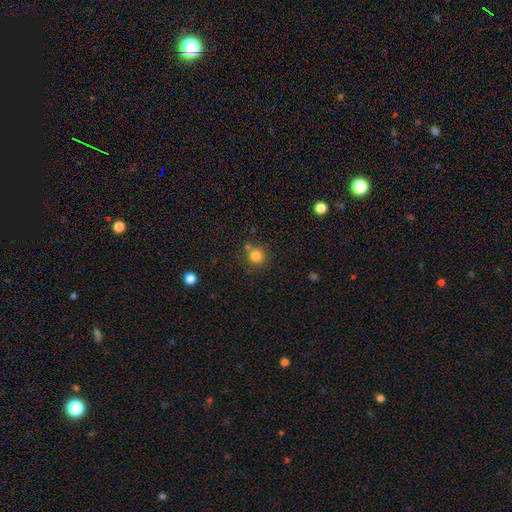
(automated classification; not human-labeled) Smooth or featured? Predicted: smooth (p=0.81). How rounded? Predicted: round (p=0.90). Merging? Predicted: none (p=0.69).